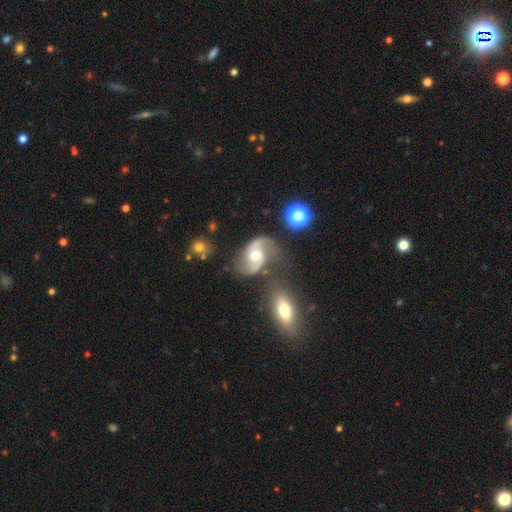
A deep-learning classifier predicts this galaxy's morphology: Overall: featured or disk (85%). Edge-on disk: no (97%). Bar: no (51%; weak 38%). Spiral arms: yes (95%). Spiral arm count: 2 (92%). Spiral winding: loose (52%; medium 39%). Bulge size: moderate (72%). Merging: none (55%; minor disturbance 18%).